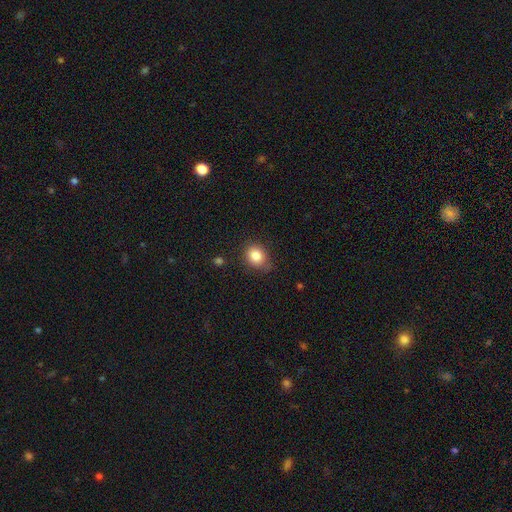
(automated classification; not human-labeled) smooth 83%, star or artifact 10%, featured or disk 6%. Down the decision tree: how rounded — round (62%); merging — none (72%).